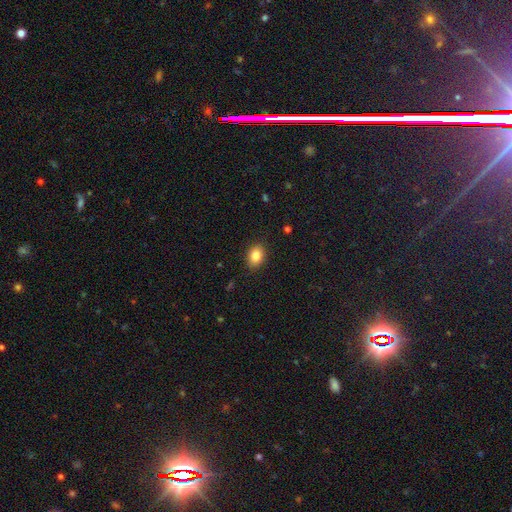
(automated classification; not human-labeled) smooth-or-featured: smooth: 85% | star or artifact: 9% | featured or disk: 6%
  how-rounded: in between: 72% | round: 26% | cigar-shaped: 1%
  merging: none: 88% | minor disturbance: 9% | major disturbance: 2% | merger: 1%